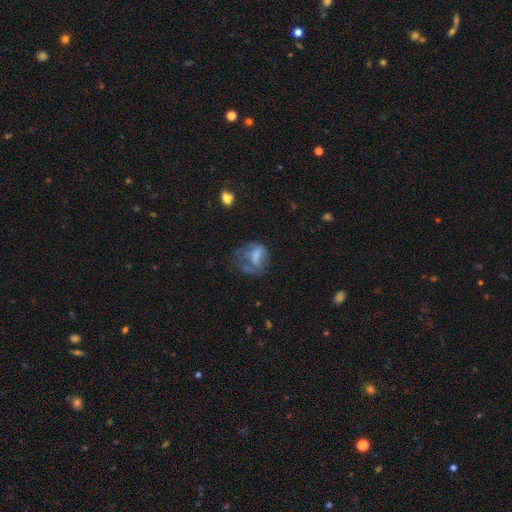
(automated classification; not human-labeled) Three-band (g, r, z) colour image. It shows a smooth galaxy with no disk features (53%) that is in between round and cigar-shaped (54%). Merging: major disturbance (37%).